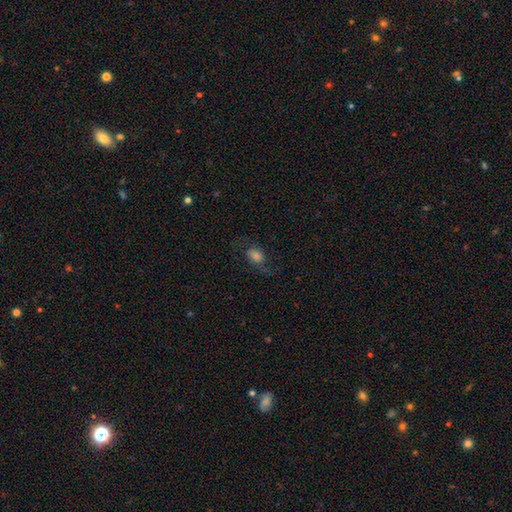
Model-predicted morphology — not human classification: Overall: featured or disk (45%; smooth 41%). Merging: none (64%).